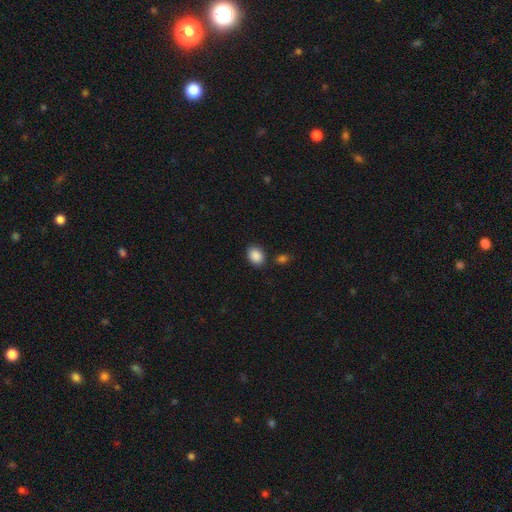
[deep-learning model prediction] A smooth galaxy with no disk features (89%) that is in between round and cigar-shaped (63%). Merging: none (82%).